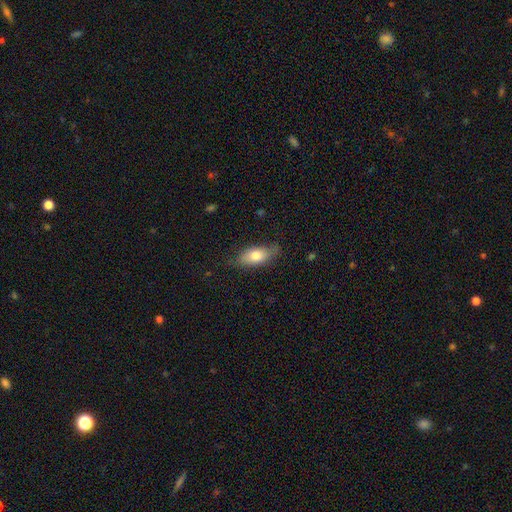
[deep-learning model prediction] smooth_or_featured: smooth (p=0.75) [alt: featured or disk p=0.18]
how_rounded: in between (p=0.85) [alt: cigar-shaped p=0.11]
merging: none (p=0.71) [alt: minor disturbance p=0.23]